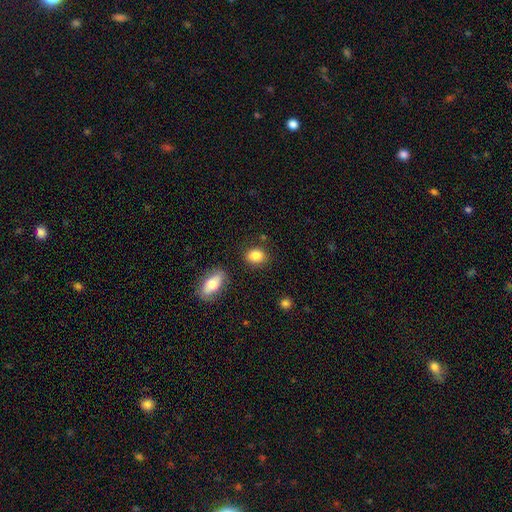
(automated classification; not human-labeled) Smooth or featured?
  - smooth: 86% *
  - star or artifact: 8%
  - featured or disk: 6%
How rounded?
  - in between: 59% *
  - round: 40%
  - cigar-shaped: 2%
Merging?
  - none: 83% *
  - minor disturbance: 10%
  - merger: 4%
  - major disturbance: 3%